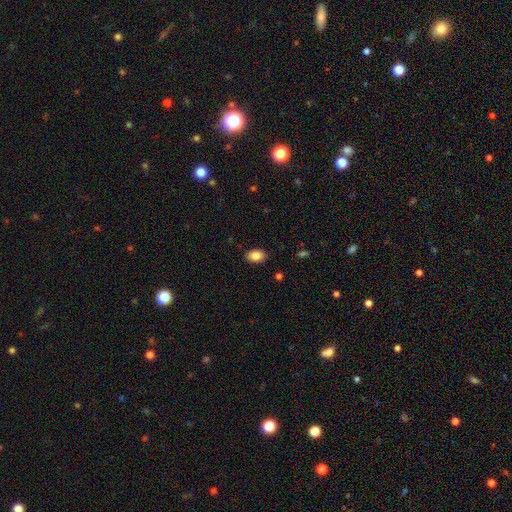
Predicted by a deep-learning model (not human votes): smooth 87%, star or artifact 8%, featured or disk 5%. Down the decision tree: how rounded — in between (84%); merging — none (88%).